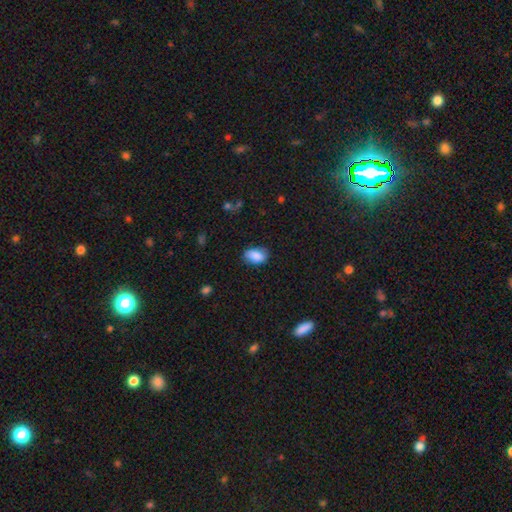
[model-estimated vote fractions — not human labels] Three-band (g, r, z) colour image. It shows a smooth galaxy with no disk features (87%) that is in between round and cigar-shaped (90%). Merging: none (77%).